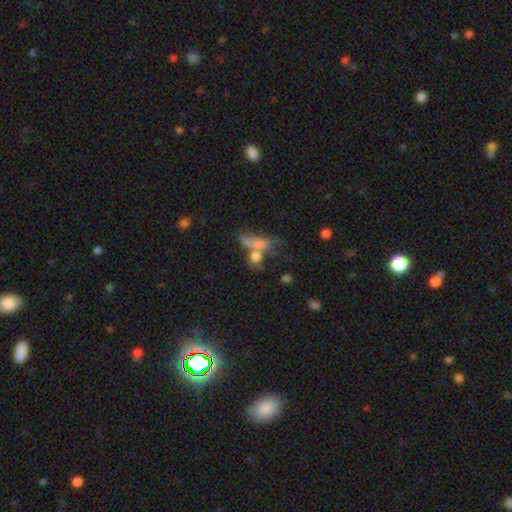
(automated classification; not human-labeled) This is likely a smooth galaxy (70%). How rounded: marginally in between (44%). Merging: possibly merger (47%).